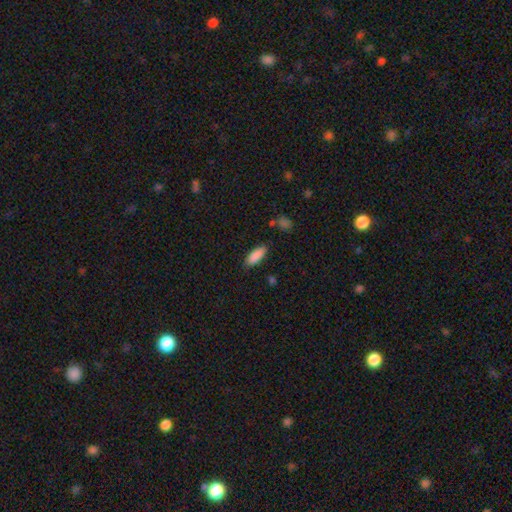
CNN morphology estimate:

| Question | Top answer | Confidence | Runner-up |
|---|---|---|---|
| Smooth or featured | smooth | 89% | star or artifact (6%) |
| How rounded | in between | 70% | cigar-shaped (28%) |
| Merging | none | 84% | minor disturbance (11%) |